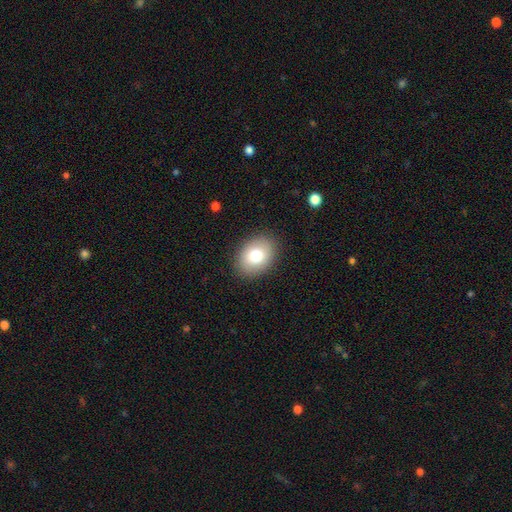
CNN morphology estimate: The model was most divided on "how rounded": in between: 69%, round: 30%, cigar-shaped: 1%. More confident: merging — none (88%); smooth or featured — smooth (79%).